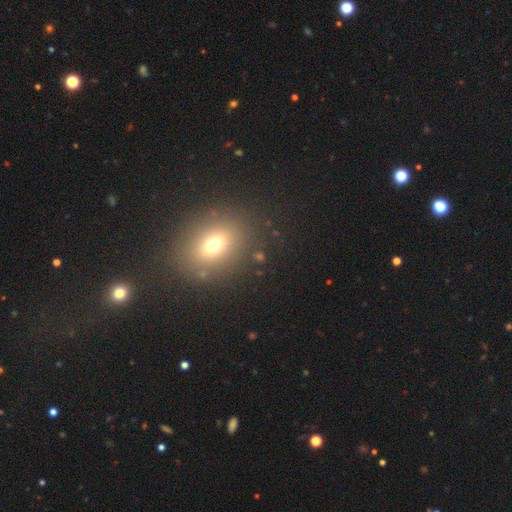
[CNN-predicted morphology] smooth-or-featured: smooth: 64% | star or artifact: 23% | featured or disk: 13%
  how-rounded: in between: 57% | round: 41% | cigar-shaped: 2%
  merging: none: 83% | minor disturbance: 9% | major disturbance: 4% | merger: 4%